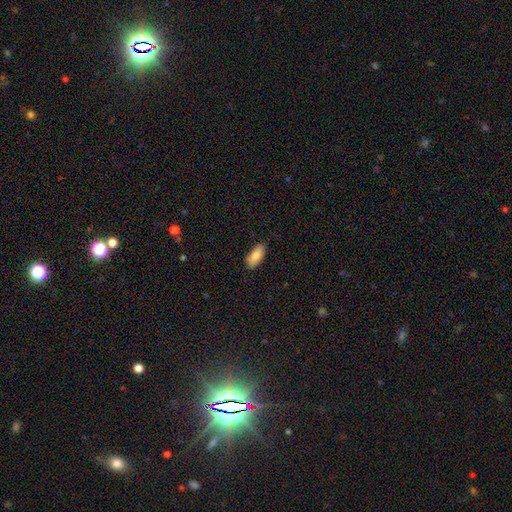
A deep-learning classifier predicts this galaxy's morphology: A smooth galaxy with no disk features (84%) that is in between round and cigar-shaped (87%).

Vote fractions:
- Smooth or featured? smooth: 84% / featured or disk: 10% / star or artifact: 6%
- How rounded? in between: 87% / cigar-shaped: 11% / round: 2%
- Merging? none: 84% / minor disturbance: 13% / major disturbance: 2% / merger: 1%